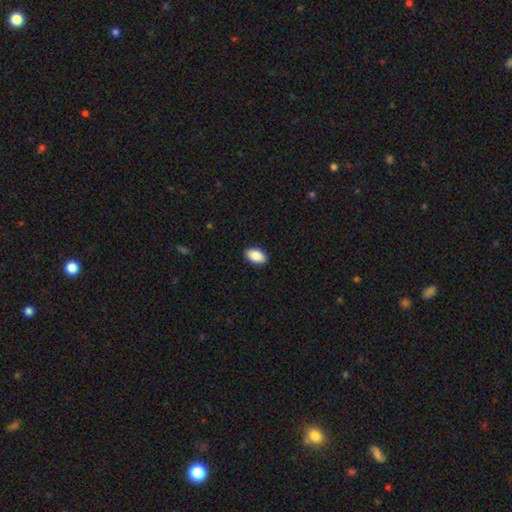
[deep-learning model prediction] smooth-or-featured: smooth: 88% | star or artifact: 7% | featured or disk: 5%
  how-rounded: in between: 93% | round: 5% | cigar-shaped: 2%
  merging: none: 90% | minor disturbance: 7% | major disturbance: 2% | merger: 1%